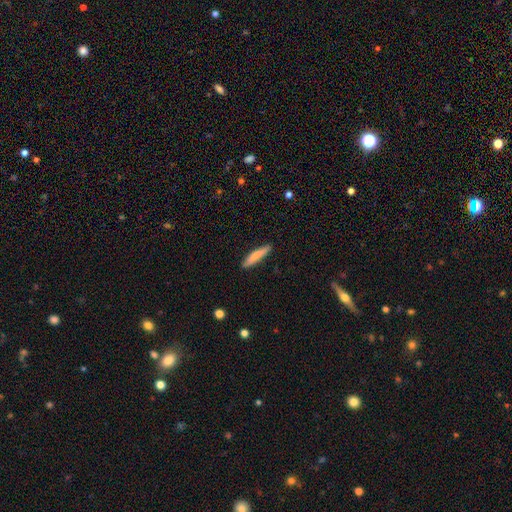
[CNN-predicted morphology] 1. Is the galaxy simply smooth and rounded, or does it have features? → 75% smooth, 20% featured or disk, 5% star or artifact.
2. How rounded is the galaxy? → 88% cigar-shaped, 11% in between, 1% round.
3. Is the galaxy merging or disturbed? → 86% none, 11% minor disturbance, 2% major disturbance, 1% merger.